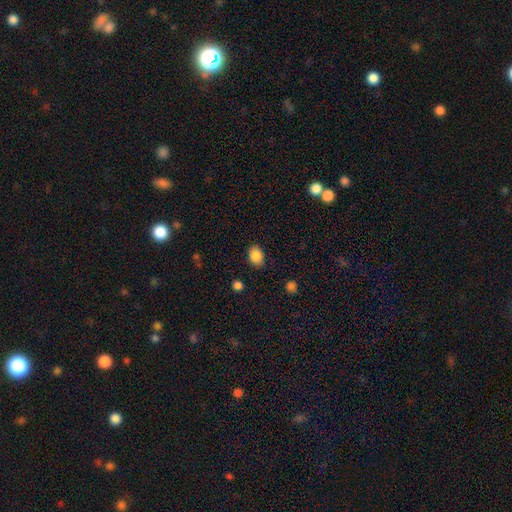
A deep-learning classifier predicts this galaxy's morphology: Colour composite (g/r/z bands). It shows a smooth galaxy with no disk features (87%) that is in between round and cigar-shaped (64%). Merging: none (85%).